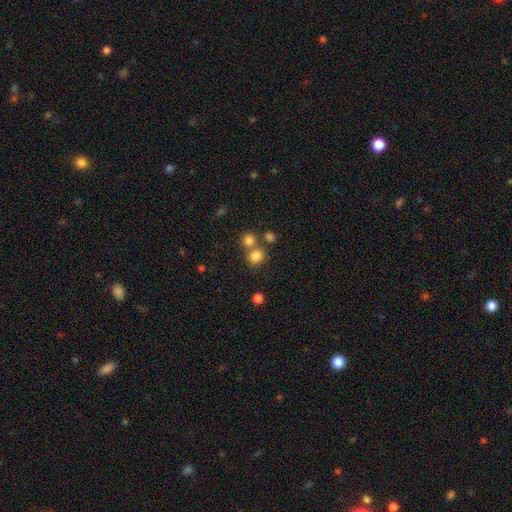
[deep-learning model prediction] Smooth or featured? Predicted: smooth (p=0.80). How rounded? Predicted: round (p=0.74). Merging? Predicted: none (p=0.58).